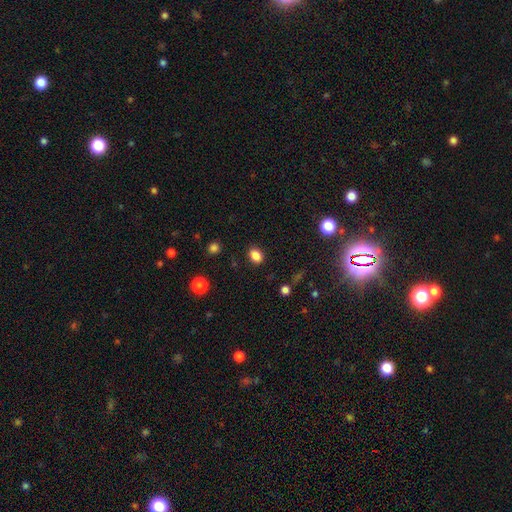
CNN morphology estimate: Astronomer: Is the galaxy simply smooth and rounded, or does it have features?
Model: smooth — 85%.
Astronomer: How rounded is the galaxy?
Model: in between — 70%.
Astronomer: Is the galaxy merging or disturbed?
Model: none — 86%.